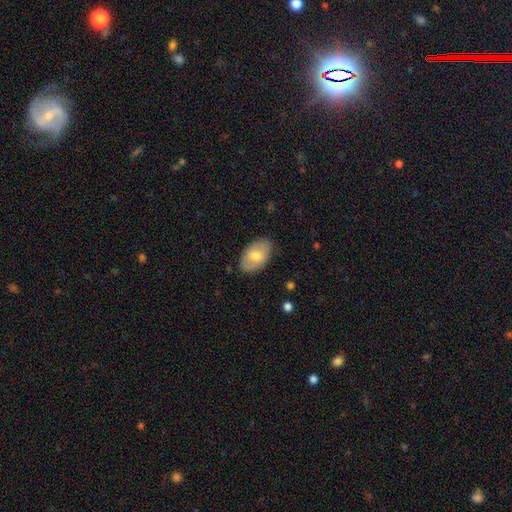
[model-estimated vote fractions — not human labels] Smooth or featured? smooth (69%)
How rounded? in between (92%)
Merging? none (84%)